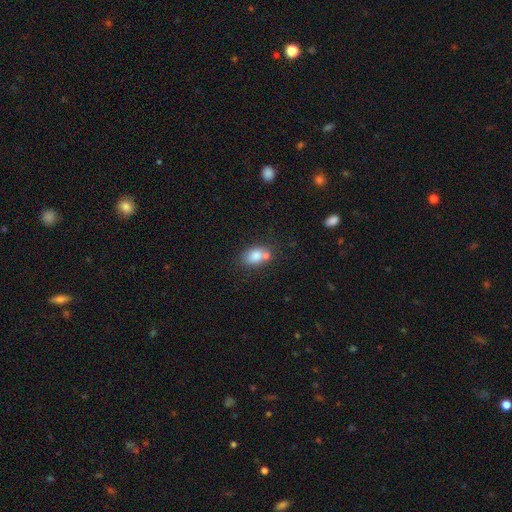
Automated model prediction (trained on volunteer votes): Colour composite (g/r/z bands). It shows a smooth galaxy with no disk features (79%) that is in between round and cigar-shaped (76%). Merging: none (47%).